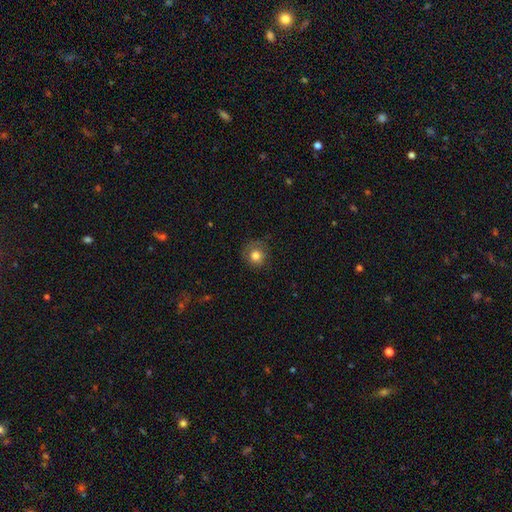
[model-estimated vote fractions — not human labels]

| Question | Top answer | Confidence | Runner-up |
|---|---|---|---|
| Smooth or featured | smooth | 79% | star or artifact (11%) |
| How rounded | round | 92% | in between (7%) |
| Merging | none | 78% | minor disturbance (16%) |